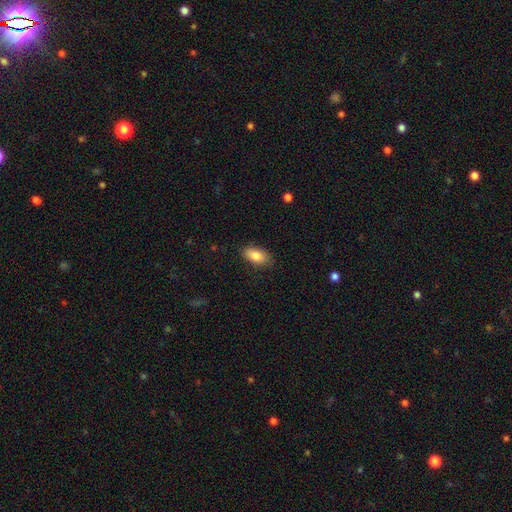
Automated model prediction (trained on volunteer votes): smooth-or-featured: smooth: 85% | featured or disk: 8% | star or artifact: 7%
  how-rounded: in between: 92% | round: 5% | cigar-shaped: 4%
  merging: none: 83% | minor disturbance: 13% | major disturbance: 3% | merger: 1%